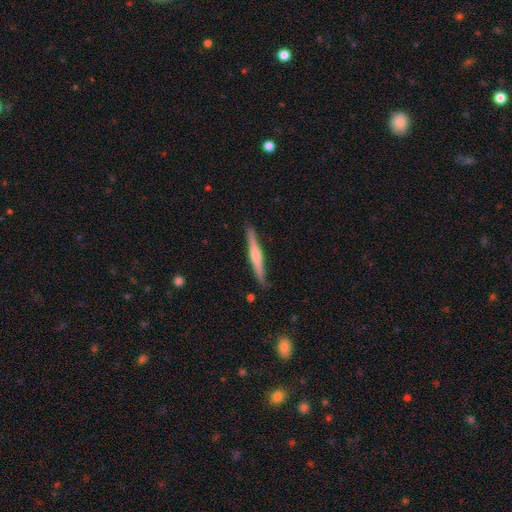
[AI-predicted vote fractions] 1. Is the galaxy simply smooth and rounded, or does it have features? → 59% featured or disk, 36% smooth, 6% star or artifact.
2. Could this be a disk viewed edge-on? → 98% yes, 2% no.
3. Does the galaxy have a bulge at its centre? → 60% rounded, 23% boxy, 17% none.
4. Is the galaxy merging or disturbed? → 87% none, 10% minor disturbance, 2% major disturbance, 1% merger.